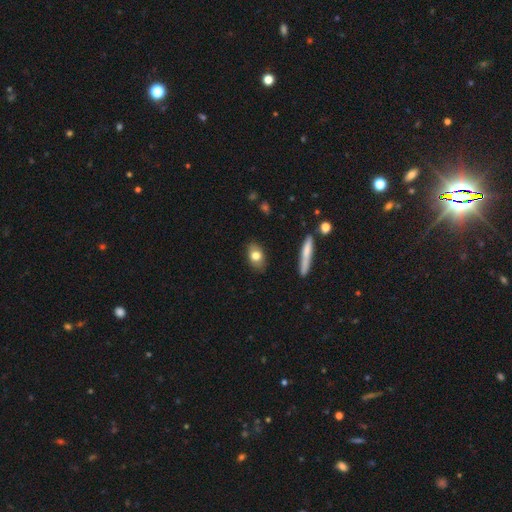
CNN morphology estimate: Smooth or featured? Predicted: smooth (p=0.75). How rounded? Predicted: in between (p=0.81). Merging? Predicted: none (p=0.84).